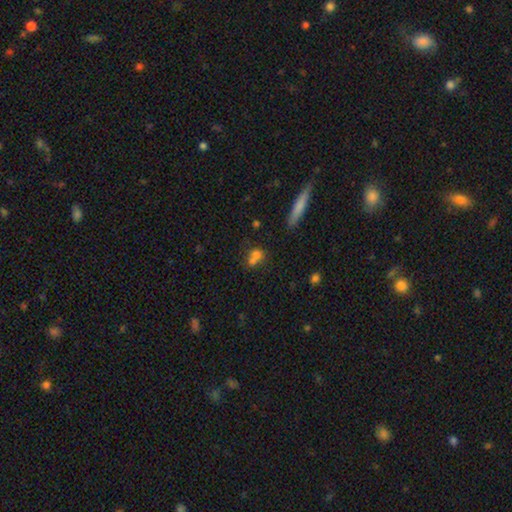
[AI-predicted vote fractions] Morphology: type=smooth (70%); roundness=round (60%); merging=merger (54%).